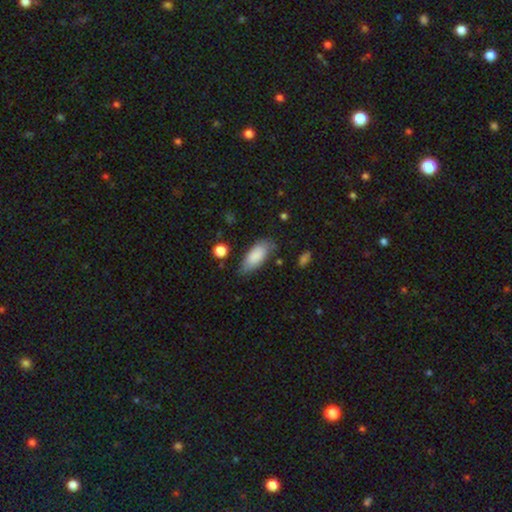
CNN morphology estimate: The model was most divided on "merging": none: 70%, minor disturbance: 22%, major disturbance: 5%, merger: 3%. More confident: smooth or featured — smooth (86%); how rounded — in between (83%).